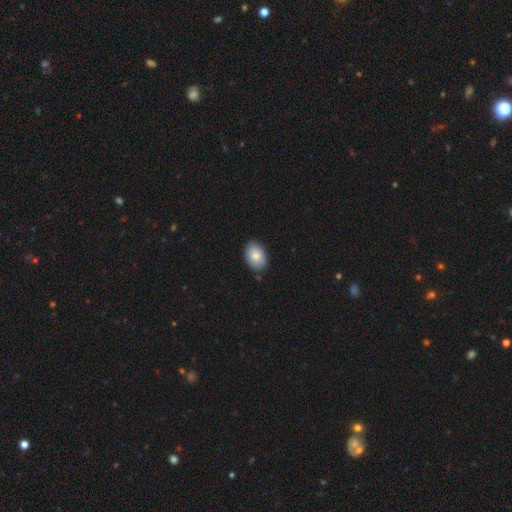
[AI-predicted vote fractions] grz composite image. It shows a smooth galaxy with no disk features (82%) that is in between round and cigar-shaped (82%). Merging: none (85%).